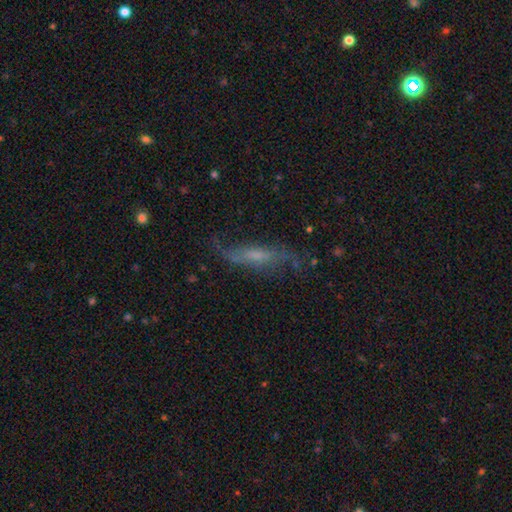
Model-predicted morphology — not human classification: smooth-or-featured: featured or disk: 67% | smooth: 23% | star or artifact: 10%
  disk-edge-on: no: 68% | yes: 32%
  merging: none: 60% | minor disturbance: 22% | major disturbance: 15% | merger: 3%